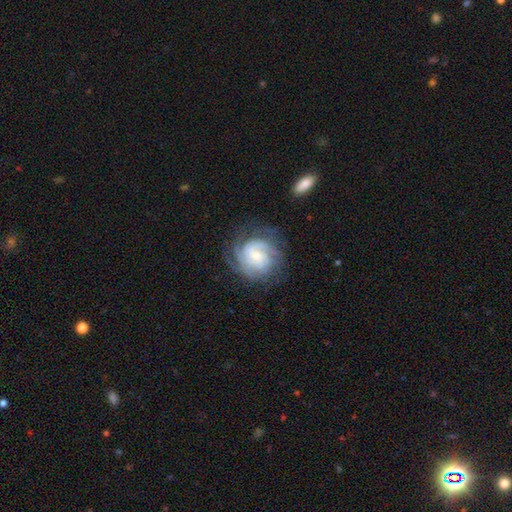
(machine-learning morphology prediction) featured or disk 81%, smooth 12%, star or artifact 6%. Down the decision tree: edge-on disk — no (98%); bar — no (50%); spiral arms — yes (96%); spiral arm count — can't tell (31%); spiral winding — tight (63%); bulge size — small (59%); merging — none (73%).